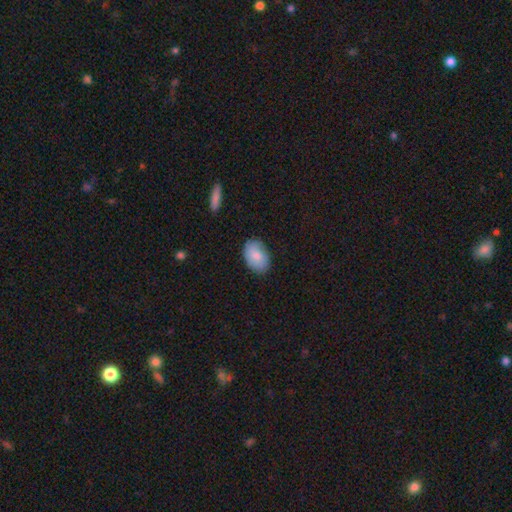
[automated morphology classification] A smooth galaxy with no disk features (82%) that is in between round and cigar-shaped (89%). Merging: none (81%).